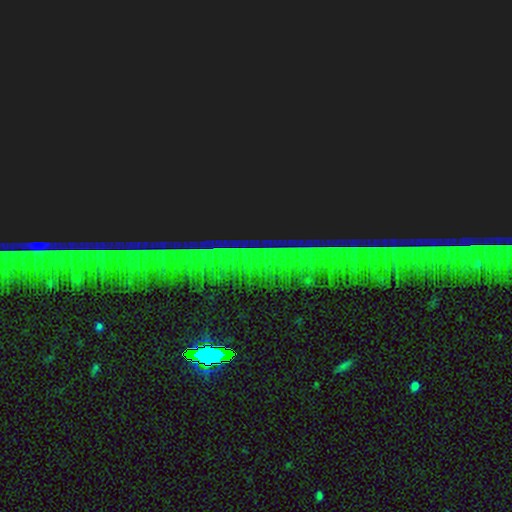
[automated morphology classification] This appears to be a star or artifact, not a galaxy (85%).